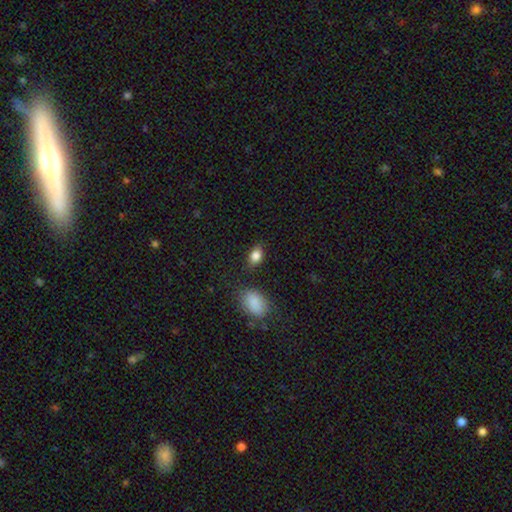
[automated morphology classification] This appears to be a smooth galaxy with no disk features (85%) that is in between round and cigar-shaped (81%). Merging: none (81%).